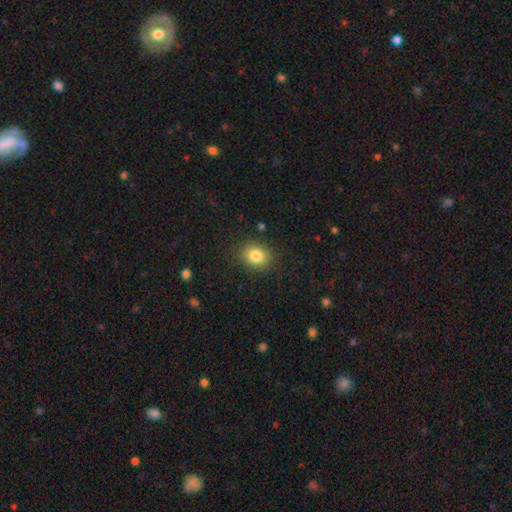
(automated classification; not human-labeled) smooth 83%, star or artifact 10%, featured or disk 7%. Down the decision tree: how rounded — in between (56%); merging — none (86%).